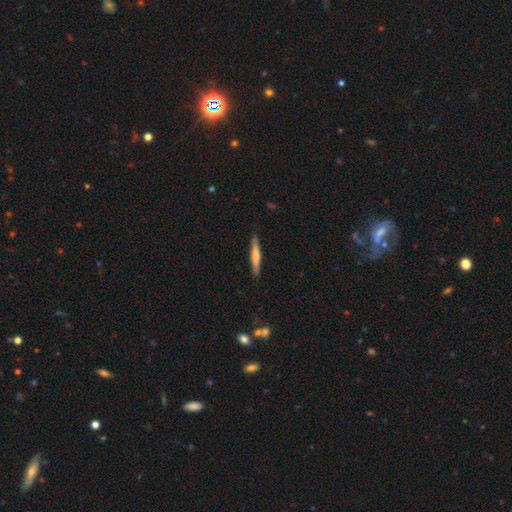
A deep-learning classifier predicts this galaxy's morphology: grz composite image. It shows a smooth galaxy with no disk features (54%) that is cigar-shaped (94%). Merging: none (89%).